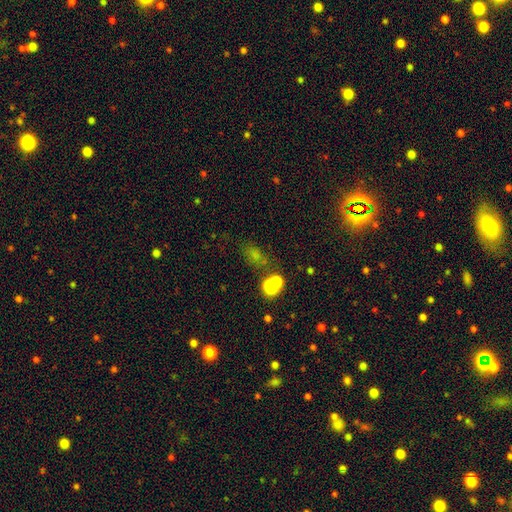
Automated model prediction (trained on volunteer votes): This is likely a smooth galaxy (62%). How rounded: possibly in between (59%). Merging: possibly none (55%).